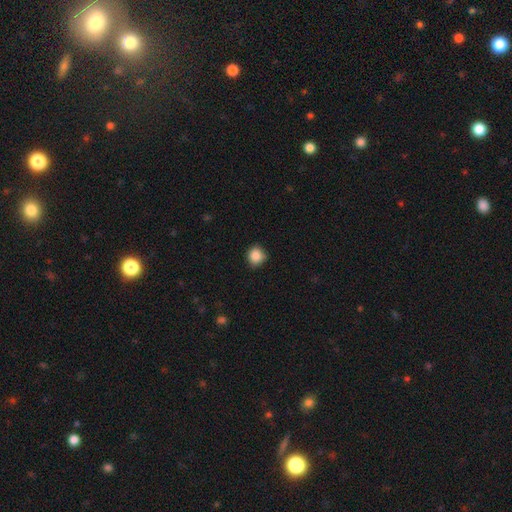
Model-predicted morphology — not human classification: Smooth or featured?
  - smooth: 87% *
  - star or artifact: 9%
  - featured or disk: 3%
How rounded?
  - round: 89% *
  - in between: 10%
  - cigar-shaped: 1%
Merging?
  - none: 84% *
  - minor disturbance: 13%
  - major disturbance: 2%
  - merger: 1%